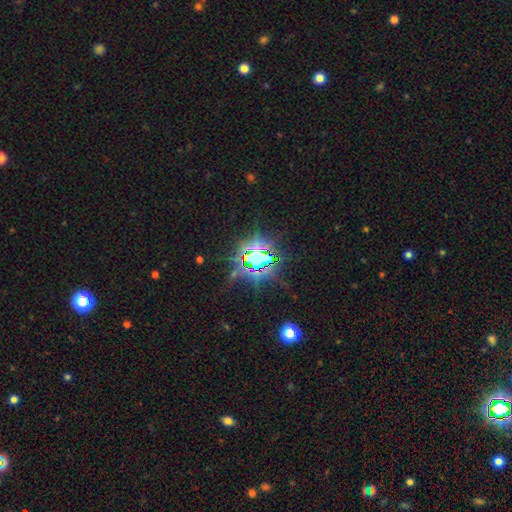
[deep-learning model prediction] A star or artifact, not a galaxy (82%).

Vote fractions:
- Smooth or featured? star or artifact: 82% / smooth: 10% / featured or disk: 8%